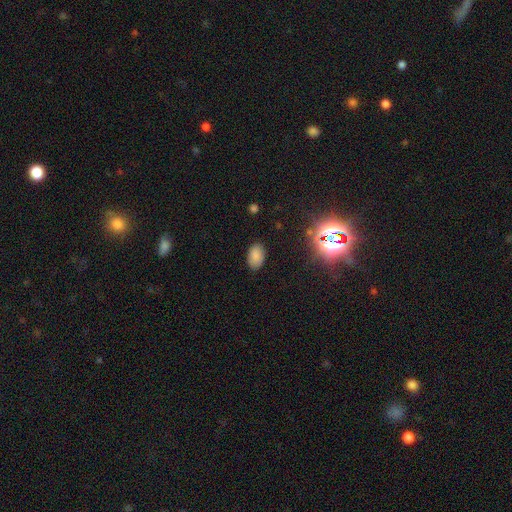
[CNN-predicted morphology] A smooth galaxy with no disk features (81%) that is in between round and cigar-shaped (90%). Merging: none (84%).